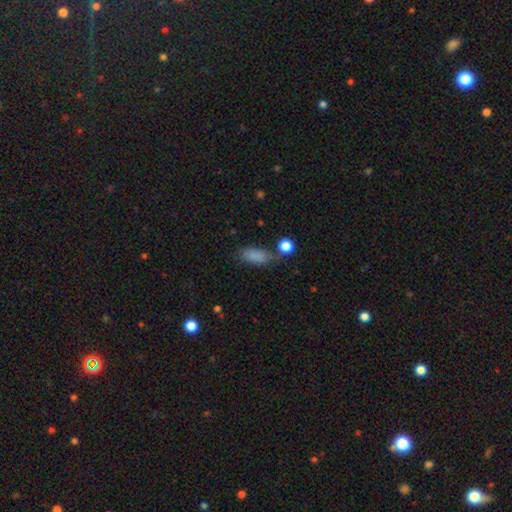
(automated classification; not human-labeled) Overall: smooth (83%). How rounded: in between (83%). Merging: none (56%; minor disturbance 22%).